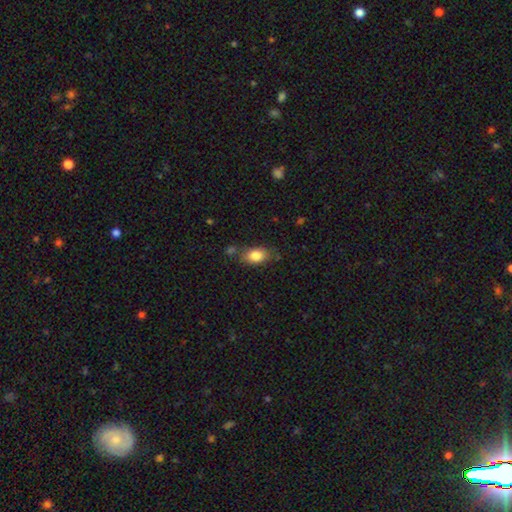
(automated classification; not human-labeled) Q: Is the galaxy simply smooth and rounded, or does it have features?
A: smooth — 82%.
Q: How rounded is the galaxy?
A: in between — 85%.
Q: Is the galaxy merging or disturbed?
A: none — 69%.